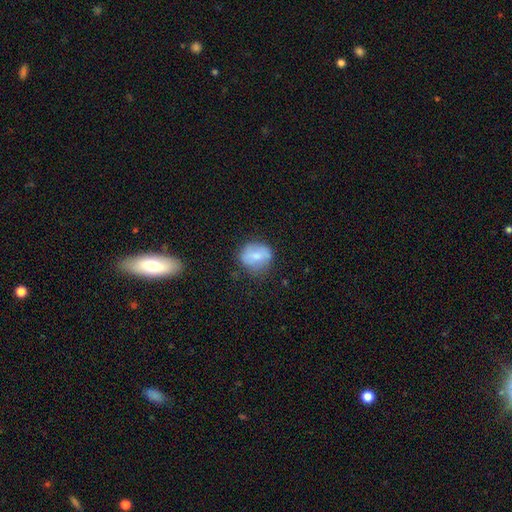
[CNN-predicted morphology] Smooth or featured?
  - smooth: 73% *
  - featured or disk: 19%
  - star or artifact: 8%
How rounded?
  - round: 75% *
  - in between: 23%
  - cigar-shaped: 1%
Merging?
  - none: 66% *
  - minor disturbance: 24%
  - major disturbance: 8%
  - merger: 2%